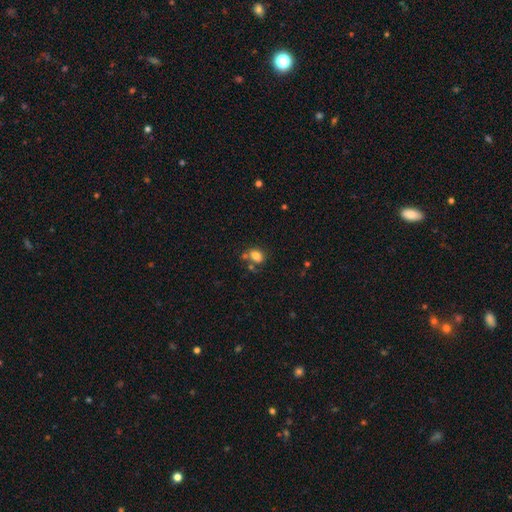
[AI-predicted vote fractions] This is likely a smooth galaxy (78%). How rounded: likely in between (64%). Merging: possibly none (50%).